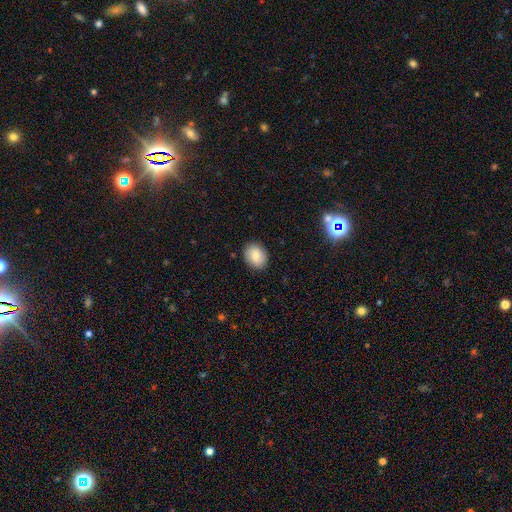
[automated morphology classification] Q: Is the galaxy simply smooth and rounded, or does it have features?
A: smooth — 81%.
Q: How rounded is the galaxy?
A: round — 51%.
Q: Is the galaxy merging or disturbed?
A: none — 89%.